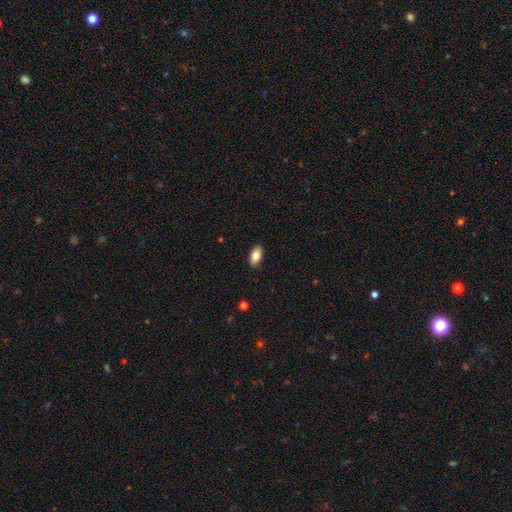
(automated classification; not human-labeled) A smooth galaxy with no disk features (85%) that is in between round and cigar-shaped (92%).

Vote fractions:
- Smooth or featured? smooth: 85% / featured or disk: 8% / star or artifact: 7%
- How rounded? in between: 92% / cigar-shaped: 5% / round: 3%
- Merging? none: 90% / minor disturbance: 8% / major disturbance: 2% / merger: 1%